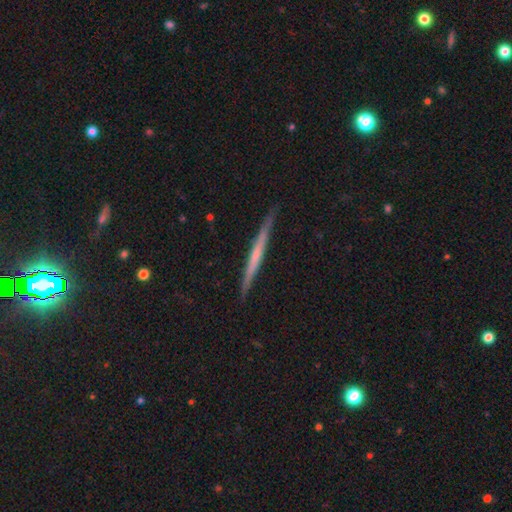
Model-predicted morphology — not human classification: Overall: featured or disk (60%; smooth 34%). Edge-on disk: yes (98%). Edge-on bulge: none (75%). Merging: none (90%).